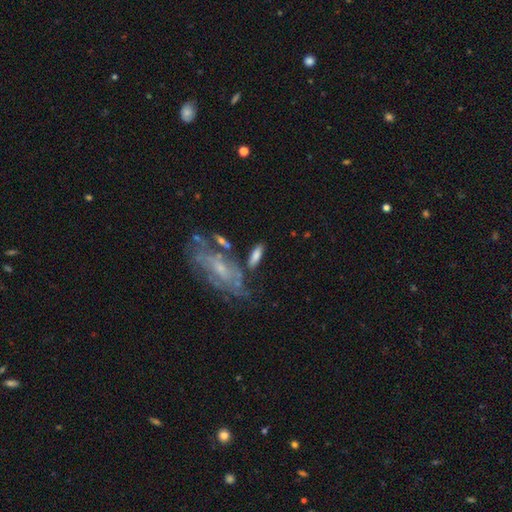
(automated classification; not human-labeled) This appears to be a smooth galaxy with no disk features (70%) that is in between round and cigar-shaped (62%). Merging: none (66%).